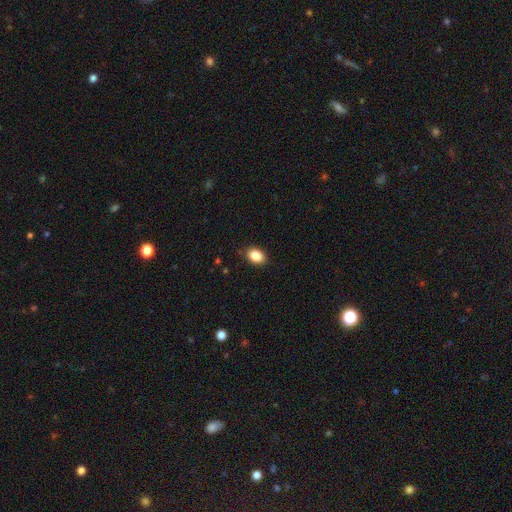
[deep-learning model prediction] A smooth galaxy with no disk features (88%) that is in between round and cigar-shaped (81%).

Vote fractions:
- Smooth or featured? smooth: 88% / star or artifact: 8% / featured or disk: 4%
- How rounded? in between: 81% / round: 18% / cigar-shaped: 1%
- Merging? none: 87% / minor disturbance: 10% / major disturbance: 2% / merger: 1%